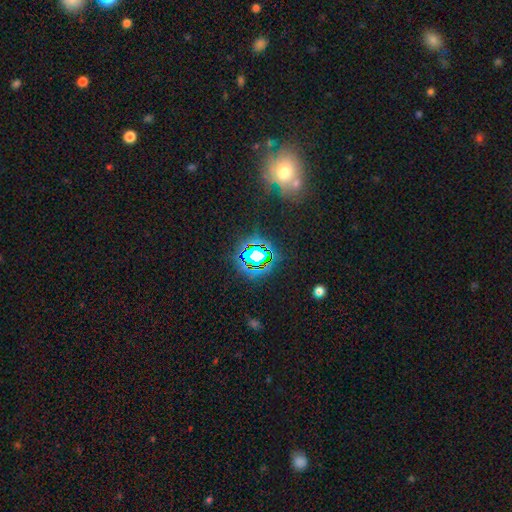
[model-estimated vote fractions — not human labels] This is likely a star or artifact rather than a galaxy (74%).